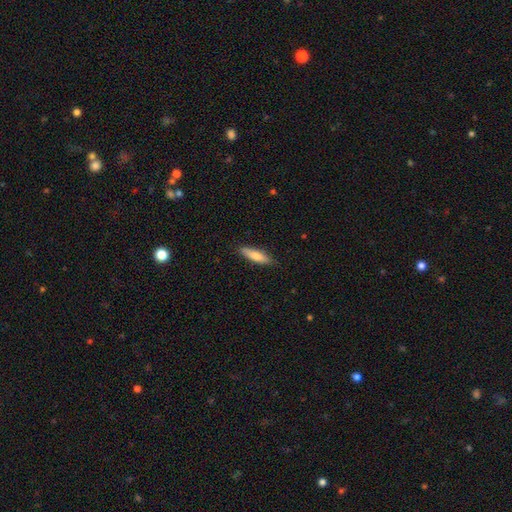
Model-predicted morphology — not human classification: Smooth or featured?
  - smooth: 73% *
  - featured or disk: 21%
  - star or artifact: 6%
How rounded?
  - cigar-shaped: 70% *
  - in between: 28%
  - round: 2%
Merging?
  - none: 86% *
  - minor disturbance: 11%
  - major disturbance: 2%
  - merger: 1%